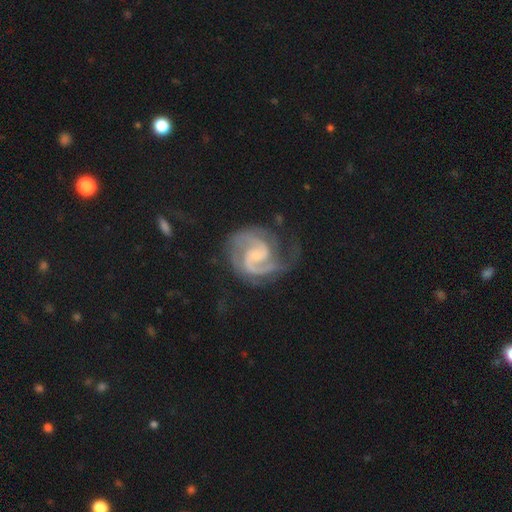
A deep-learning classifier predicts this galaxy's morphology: smooth_or_featured: featured or disk (p=0.92) [alt: star or artifact p=0.04]
disk_edge_on: no (p=0.98) [alt: yes p=0.02]
bar: weak (p=0.45) [tied with: no p=0.45]
has_spiral_arms: yes (p=0.98) [alt: no p=0.02]
spiral_winding: medium (p=0.54) [alt: tight p=0.37]
spiral_arm_count: 2 (p=0.88) [alt: 3 p=0.04]
bulge_size: small (p=0.55) [alt: moderate p=0.24]
merging: none (p=0.65) [alt: minor disturbance p=0.20]